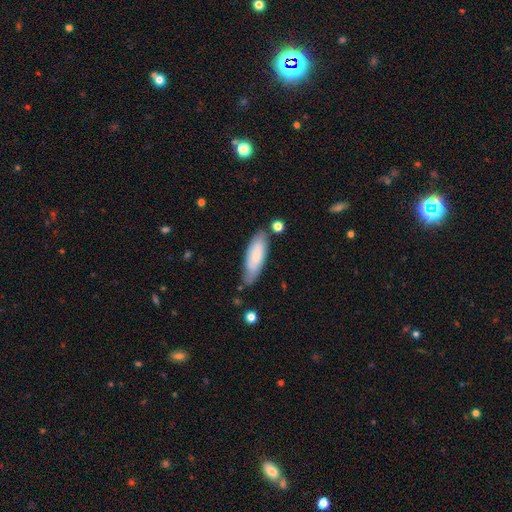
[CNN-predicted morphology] The model was most divided on "how rounded": in between: 53%, cigar-shaped: 46%, round: 1%. More confident: smooth or featured — smooth (74%); merging — none (72%).